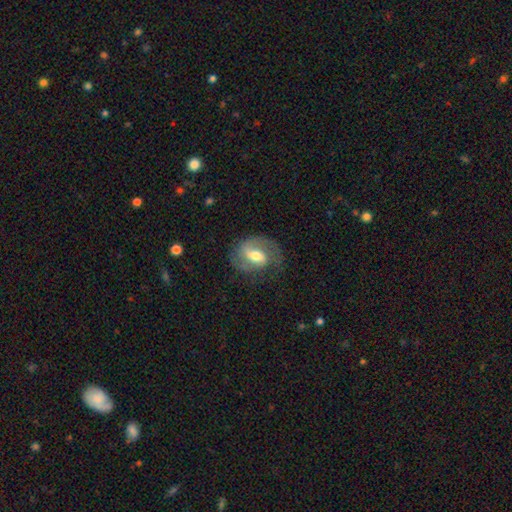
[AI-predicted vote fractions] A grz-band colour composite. It shows a featured or disk galaxy (76%) with a weak bar (49%), 2 (73%) medium (49%) spiral arms (92%) and a moderate central bulge (65%). Merging: none (67%).